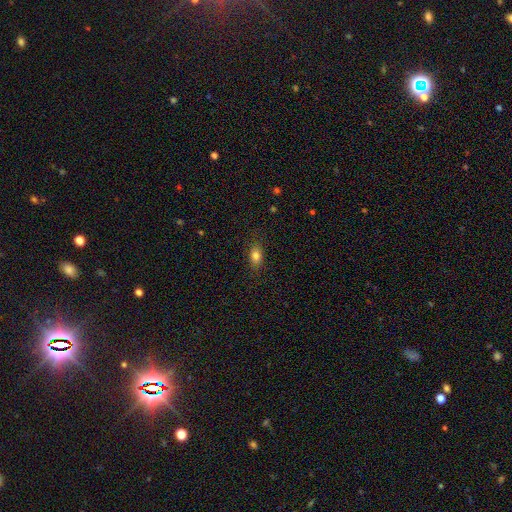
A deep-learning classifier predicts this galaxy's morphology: smooth-or-featured: smooth: 81% | star or artifact: 10% | featured or disk: 9%
  how-rounded: in between: 83% | round: 12% | cigar-shaped: 5%
  merging: none: 85% | minor disturbance: 11% | major disturbance: 3% | merger: 1%